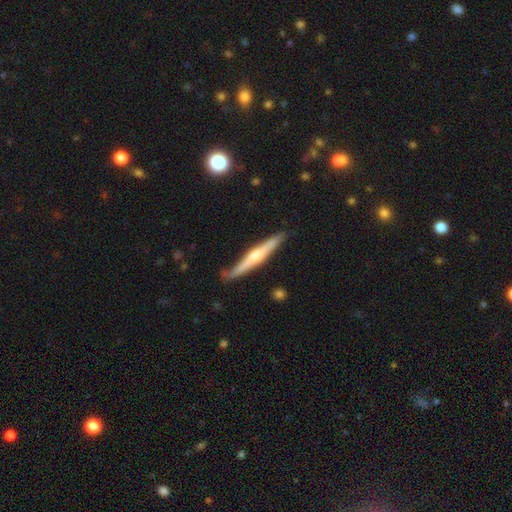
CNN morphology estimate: Smooth or featured? Predicted: featured or disk (p=0.61). Edge-on disk? Predicted: yes (p=0.95). Edge-on bulge? Predicted: rounded (p=0.73). Merging? Predicted: none (p=0.76).